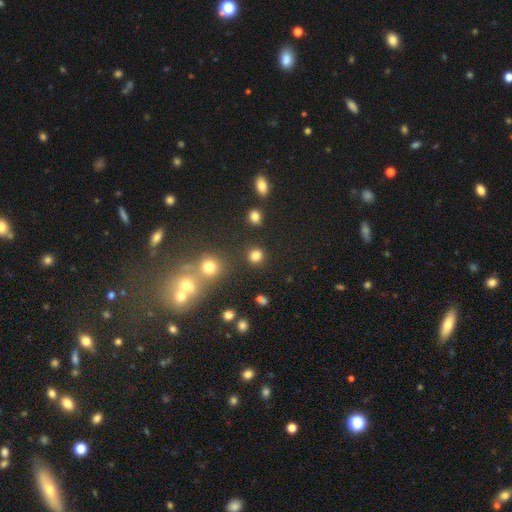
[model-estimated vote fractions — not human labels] This appears to be a smooth galaxy with no disk features (81%) that is round (90%). Merging: none (87%).